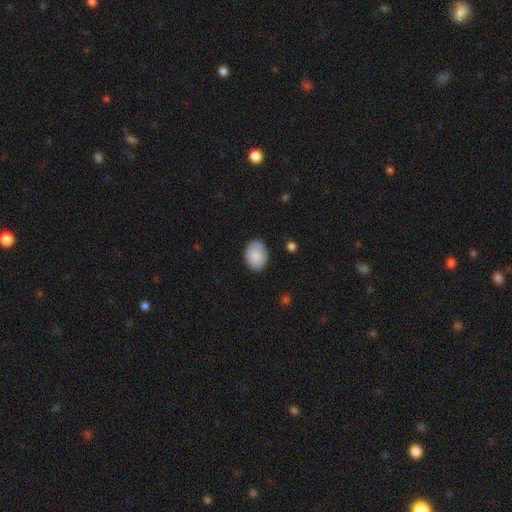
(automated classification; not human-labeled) The model was most divided on "how rounded": in between: 63%, round: 36%, cigar-shaped: 1%. More confident: smooth or featured — smooth (88%); merging — none (85%).